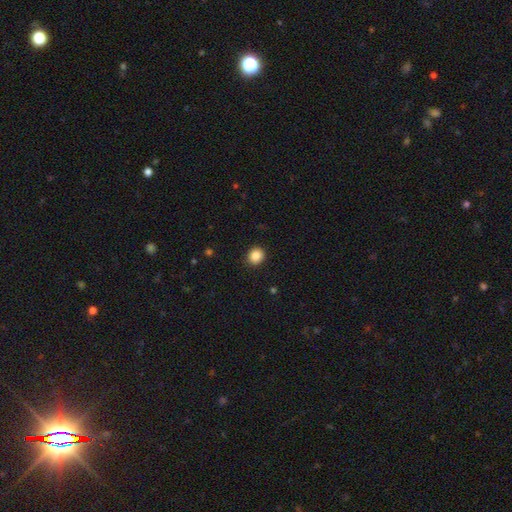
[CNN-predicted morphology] This appears to be a smooth galaxy with no disk features (88%) that is round (78%). Merging: none (89%).